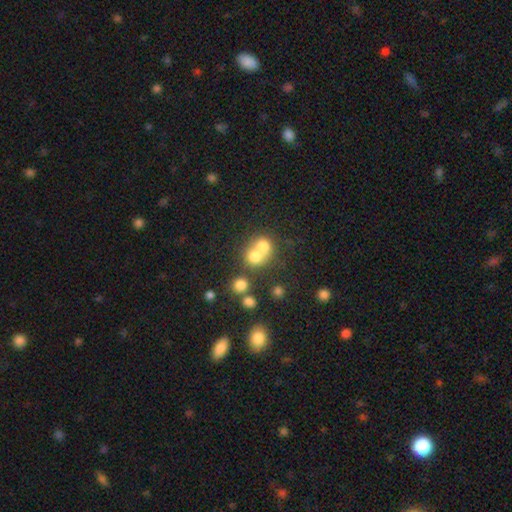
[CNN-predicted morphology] smooth 70%, featured or disk 16%, star or artifact 14%. Down the decision tree: how rounded — round (78%); merging — merger (61%).